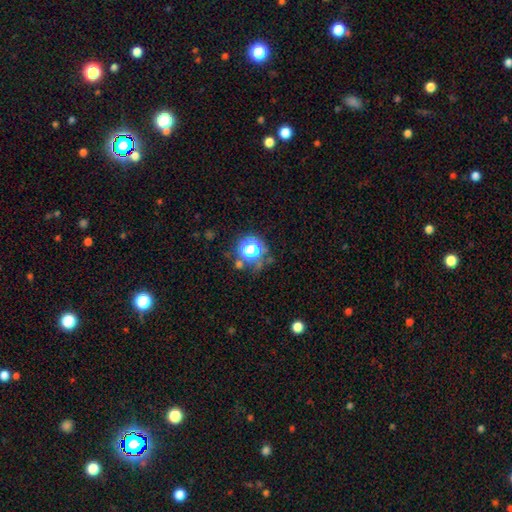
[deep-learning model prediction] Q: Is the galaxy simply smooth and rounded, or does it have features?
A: star or artifact — 68%.